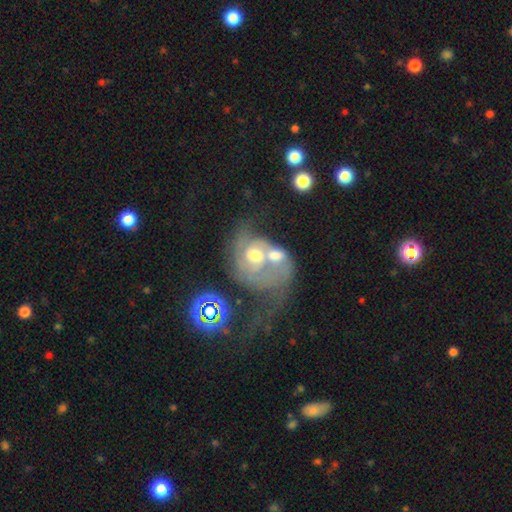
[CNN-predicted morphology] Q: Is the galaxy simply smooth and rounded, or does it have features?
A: featured or disk — 72%.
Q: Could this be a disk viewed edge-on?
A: no — 97%.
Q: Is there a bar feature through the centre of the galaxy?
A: no — 72%.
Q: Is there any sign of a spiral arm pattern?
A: yes — 78%.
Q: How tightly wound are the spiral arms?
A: medium — 39%.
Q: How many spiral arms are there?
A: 2 — 49%.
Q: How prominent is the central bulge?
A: moderate — 67%.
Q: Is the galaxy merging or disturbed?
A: merger — 65%.